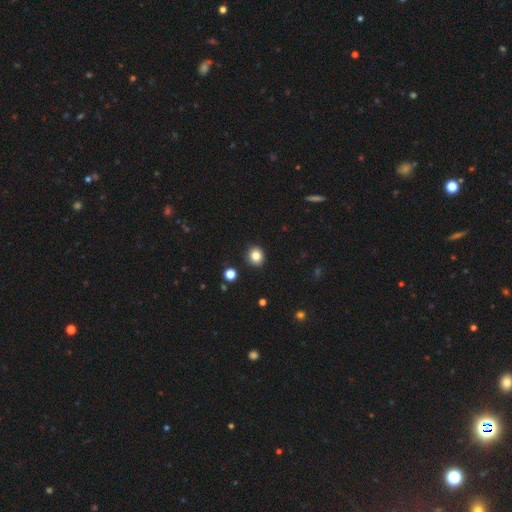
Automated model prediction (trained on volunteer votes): smooth_or_featured: smooth (p=0.83) [alt: star or artifact p=0.11]
how_rounded: round (p=0.79) [alt: in between p=0.20]
merging: none (p=0.91) [alt: minor disturbance p=0.06]